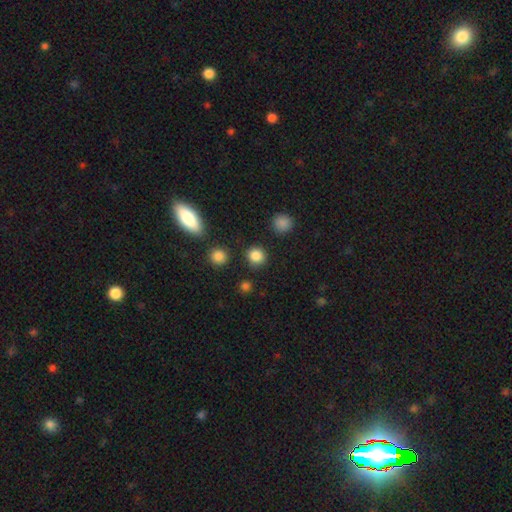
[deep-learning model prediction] Q: Smooth or featured?
A: smooth (84%); runner-up: star or artifact (12%)
Q: How rounded?
A: round (89%); runner-up: in between (10%)
Q: Merging?
A: none (88%); runner-up: minor disturbance (7%)